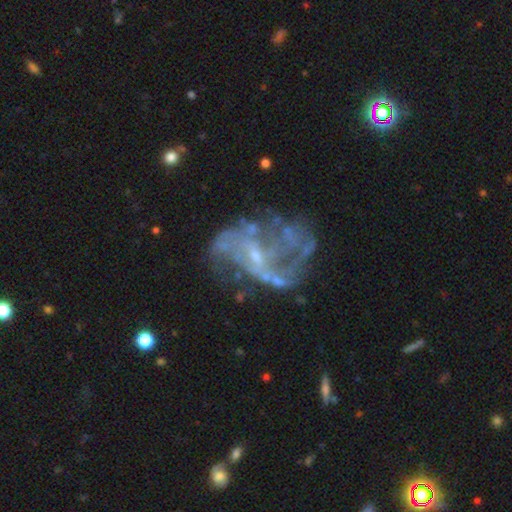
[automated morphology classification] Overall: featured or disk (82%). Edge-on disk: no (98%). Bar: no (47%; weak 40%). Spiral arms: yes (70%; no 30%). Spiral arm count: can't tell (36%; 2 29%). Spiral winding: loose (48%; medium 35%). Bulge size: small (66%). Merging: none (40%; major disturbance 34%).